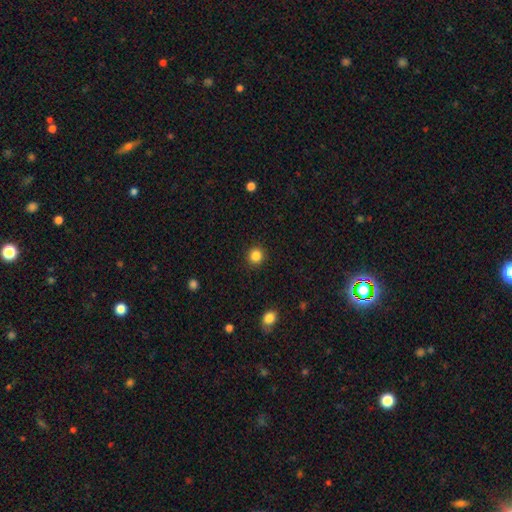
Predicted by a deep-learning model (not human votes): Overall: smooth (86%). How rounded: round (91%). Merging: none (92%).